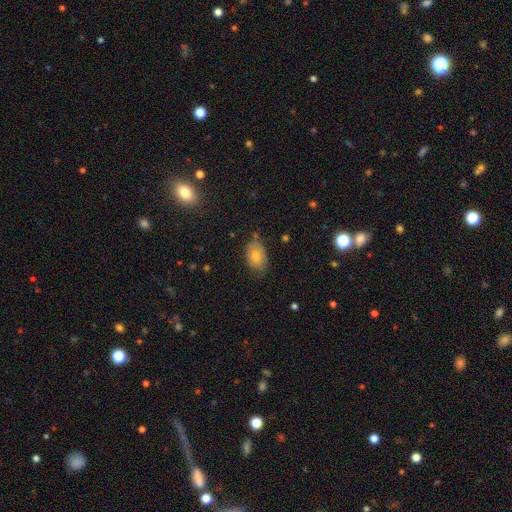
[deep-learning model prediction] smooth 59%, featured or disk 27%, star or artifact 14%. Down the decision tree: how rounded — in between (86%); merging — none (74%).